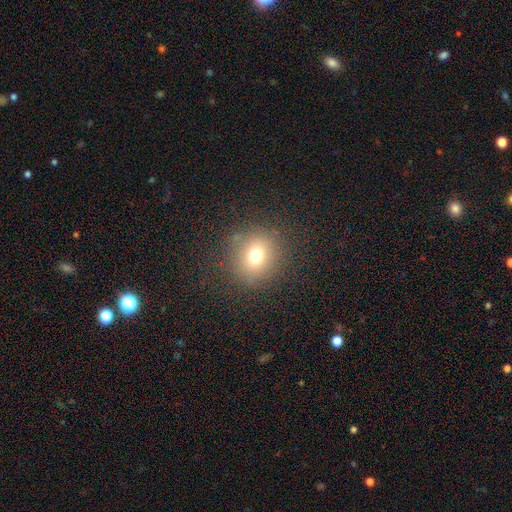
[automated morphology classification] Smooth or featured?
  - smooth: 71% *
  - star or artifact: 18%
  - featured or disk: 12%
How rounded?
  - round: 85% *
  - in between: 14%
  - cigar-shaped: 1%
Merging?
  - none: 85% *
  - minor disturbance: 9%
  - major disturbance: 5%
  - merger: 1%